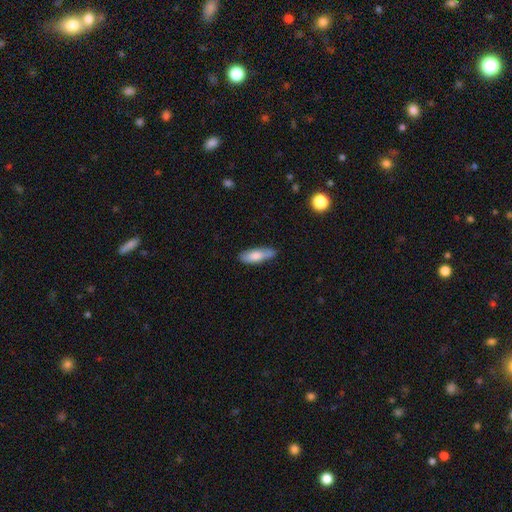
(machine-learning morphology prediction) Smooth or featured? smooth (77%)
How rounded? in between (57%)
Merging? none (73%)